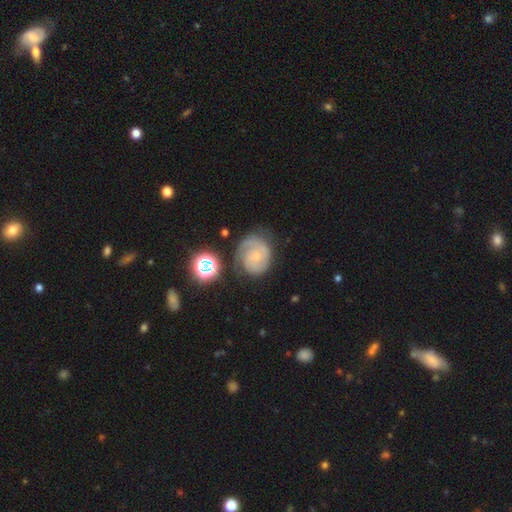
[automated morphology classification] The model was most divided on "spiral winding": tight: 56%, medium: 34%, loose: 10%. More confident: edge-on disk — no (98%); spiral arms — yes (93%); smooth or featured — featured or disk (74%); bulge size — small (71%); bar — no (67%); merging — none (64%); spiral arm count — 2 (50%).